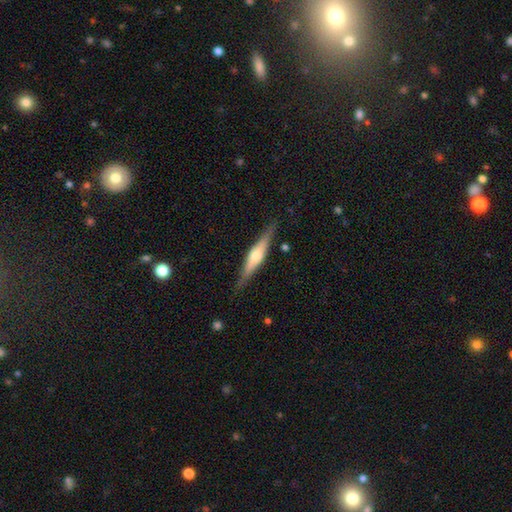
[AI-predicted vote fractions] A featured or disk galaxy (63%) viewed edge-on (96%) with a rounded central bulge (79%).

Vote fractions:
- Smooth or featured? featured or disk: 63% / smooth: 31% / star or artifact: 6%
- Edge-on disk? yes: 96% / no: 4%
- Edge-on bulge? rounded: 79% / boxy: 15% / none: 6%
- Merging? none: 85% / minor disturbance: 11% / major disturbance: 2% / merger: 1%